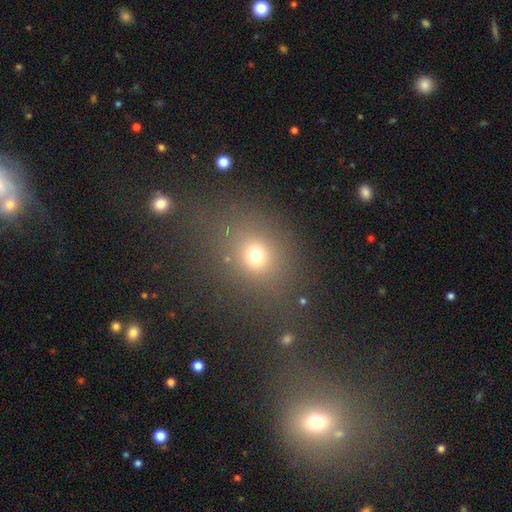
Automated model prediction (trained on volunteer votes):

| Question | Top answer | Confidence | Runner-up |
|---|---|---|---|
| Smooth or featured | smooth | 70% | star or artifact (21%) |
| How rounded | round | 65% | in between (33%) |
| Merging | none | 73% | minor disturbance (12%) |